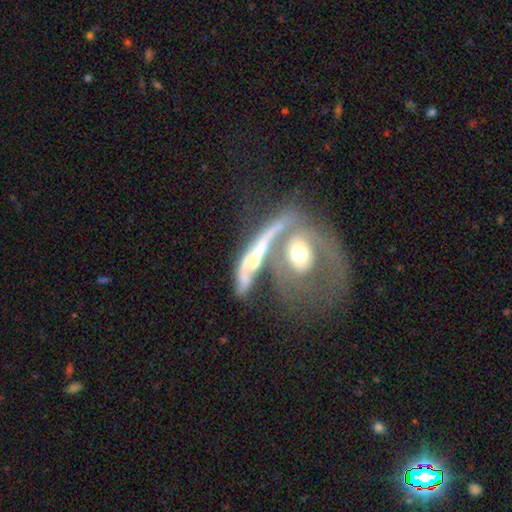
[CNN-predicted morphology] A featured or disk galaxy (65%). Merging: merger (52%).